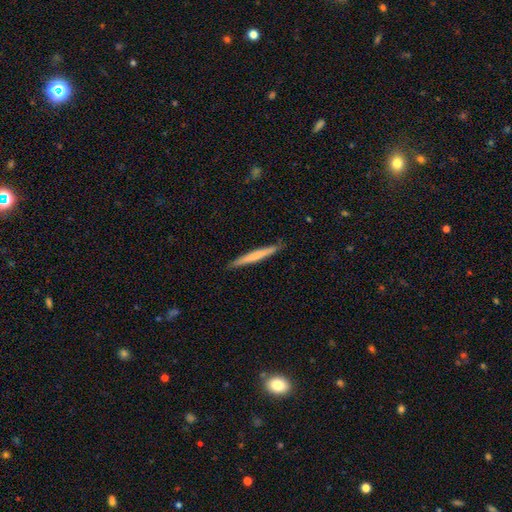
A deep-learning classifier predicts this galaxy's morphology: smooth 63%, featured or disk 32%, star or artifact 5%. Down the decision tree: how rounded — cigar-shaped (97%); merging — none (89%).